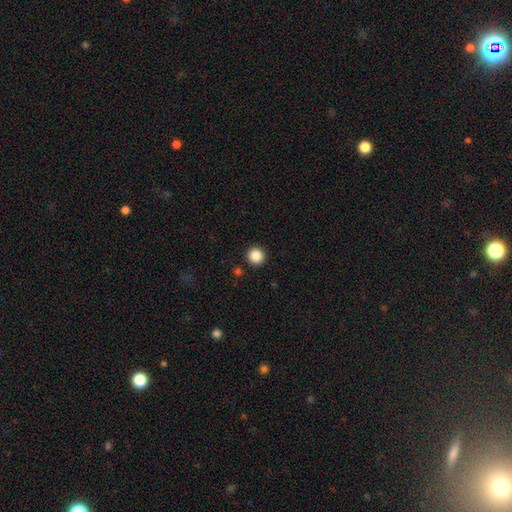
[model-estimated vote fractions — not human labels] Morphology: type=smooth (87%); roundness=round (95%); merging=none (92%).